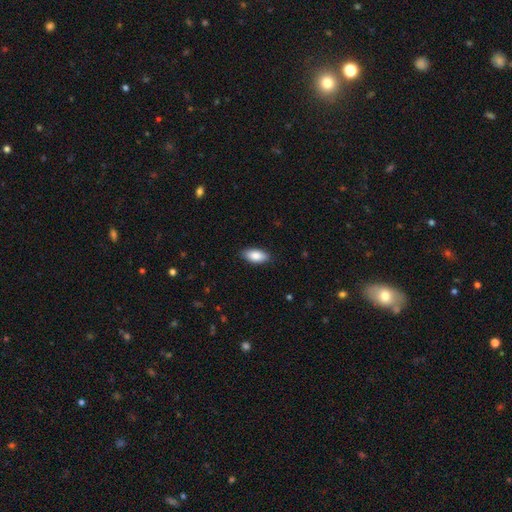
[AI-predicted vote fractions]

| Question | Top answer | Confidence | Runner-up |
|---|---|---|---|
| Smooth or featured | smooth | 87% | featured or disk (7%) |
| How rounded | in between | 90% | cigar-shaped (7%) |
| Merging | none | 87% | minor disturbance (10%) |